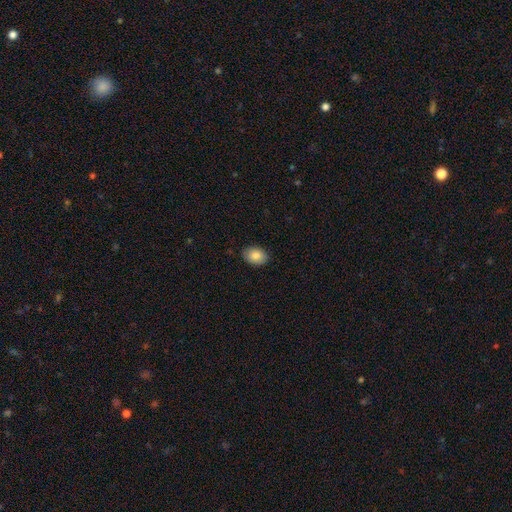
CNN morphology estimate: type=smooth (86%); roundness=in between (81%); merging=none (88%).